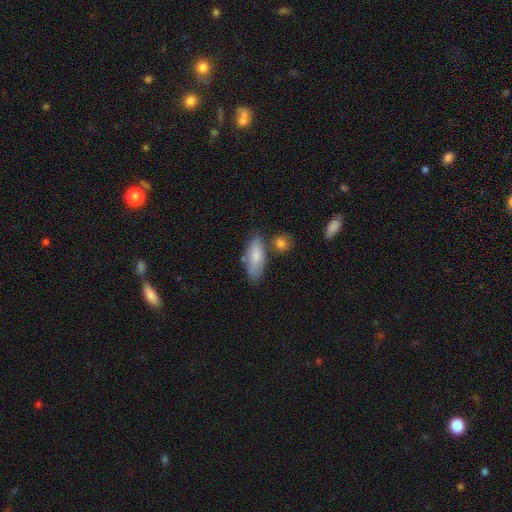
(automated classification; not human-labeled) smooth-or-featured: smooth: 79% | featured or disk: 15% | star or artifact: 6%
  how-rounded: in between: 80% | cigar-shaped: 17% | round: 3%
  merging: none: 63% | minor disturbance: 19% | merger: 13% | major disturbance: 5%